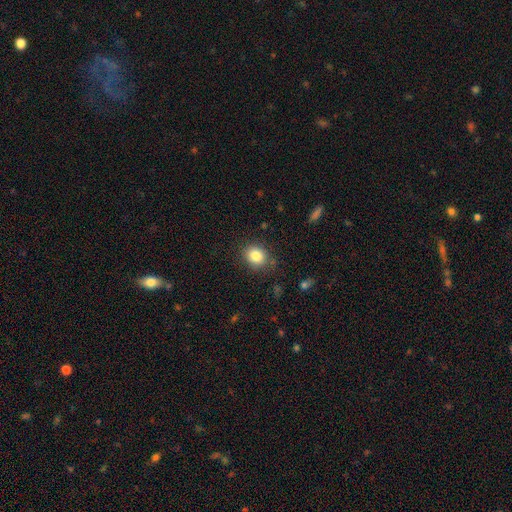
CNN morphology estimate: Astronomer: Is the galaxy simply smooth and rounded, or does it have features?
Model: smooth — 84%.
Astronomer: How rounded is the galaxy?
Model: round — 63%.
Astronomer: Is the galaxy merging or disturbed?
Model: none — 85%.